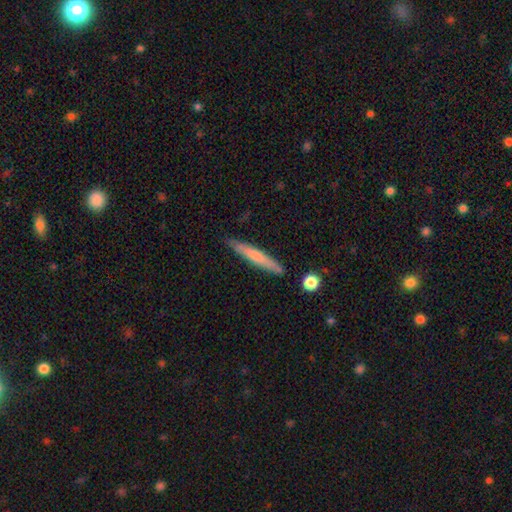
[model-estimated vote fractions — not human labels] smooth_or_featured: smooth (p=0.58) [alt: featured or disk p=0.36]
how_rounded: cigar-shaped (p=0.95) [alt: in between p=0.04]
merging: none (p=0.84) [alt: minor disturbance p=0.11]